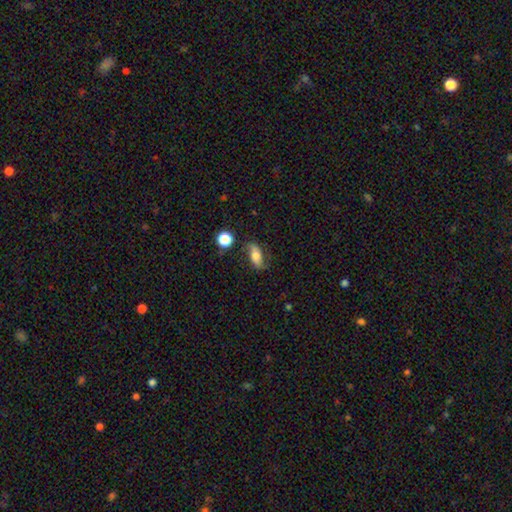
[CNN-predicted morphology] smooth 57%, featured or disk 34%, star or artifact 9%. Down the decision tree: how rounded — in between (76%); merging — none (71%).